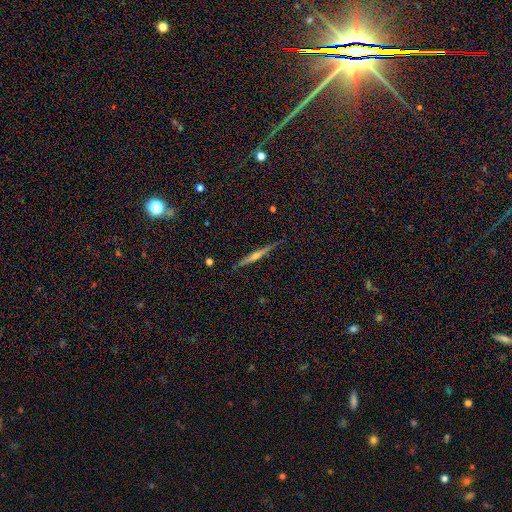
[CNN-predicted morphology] This appears to be a featured or disk galaxy (72%) viewed edge-on (98%) with a rounded central bulge (75%). Merging: none (90%).